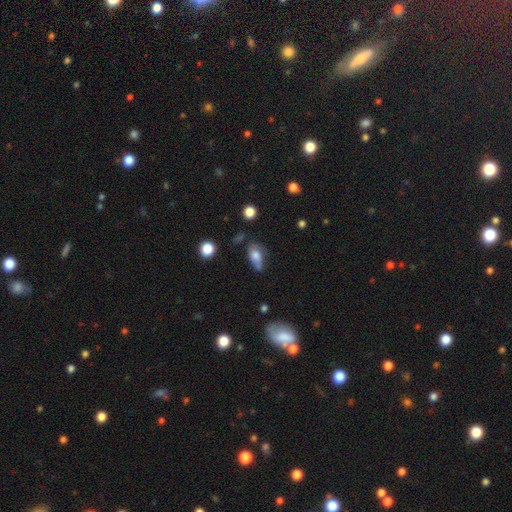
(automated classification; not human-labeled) The model was most divided on "merging": none: 38%, minor disturbance: 35%, major disturbance: 17%, merger: 10%. More confident: how rounded — in between (85%); smooth or featured — smooth (67%).